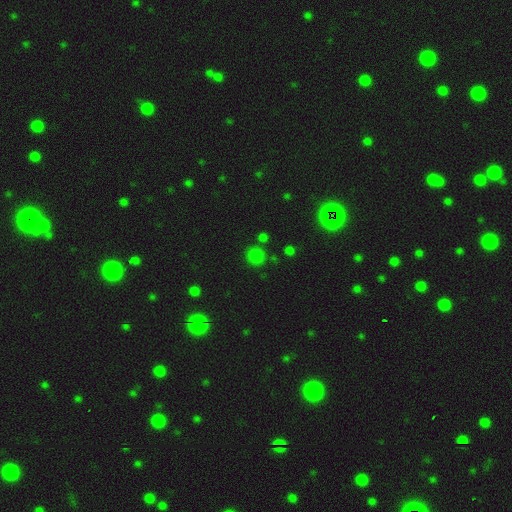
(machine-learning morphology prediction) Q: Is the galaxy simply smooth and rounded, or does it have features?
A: smooth — 73%.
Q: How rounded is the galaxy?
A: round — 89%.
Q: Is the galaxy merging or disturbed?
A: none — 80%.